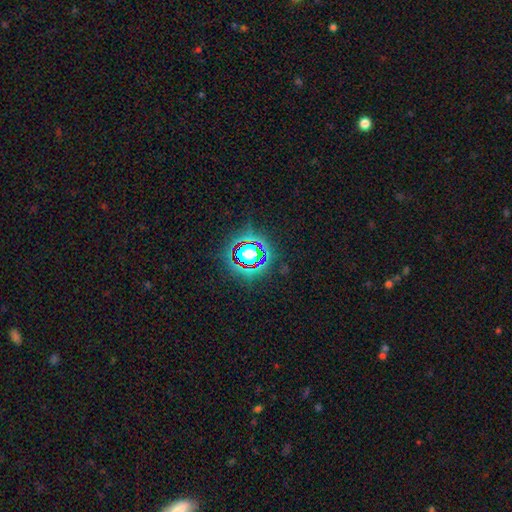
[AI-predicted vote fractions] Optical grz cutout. It shows a star or artifact, not a galaxy (80%).